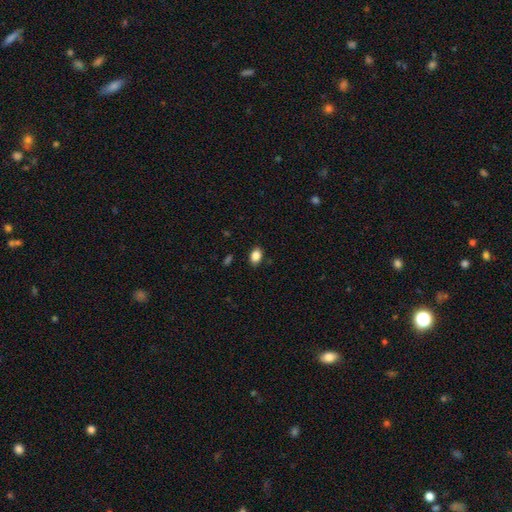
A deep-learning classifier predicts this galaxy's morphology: A smooth galaxy with no disk features (86%) that is in between round and cigar-shaped (82%).

Vote fractions:
- Smooth or featured? smooth: 86% / star or artifact: 9% / featured or disk: 5%
- How rounded? in between: 82% / round: 17% / cigar-shaped: 1%
- Merging? none: 87% / minor disturbance: 10% / major disturbance: 2% / merger: 1%